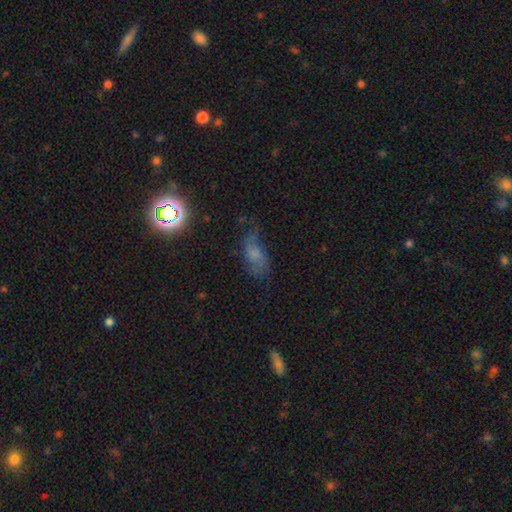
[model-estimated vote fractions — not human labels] Morphology: type=smooth (57%); roundness=in between (81%); merging=none (47%).